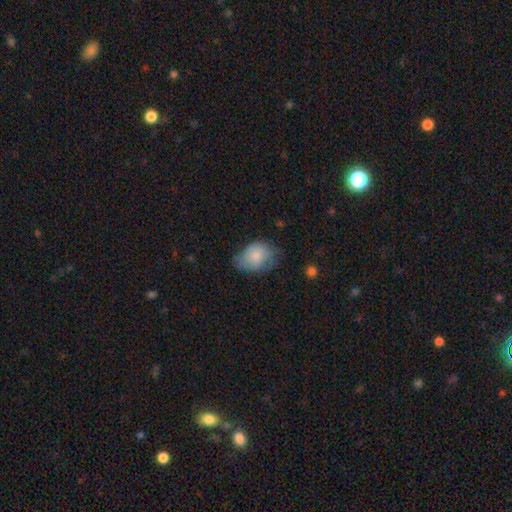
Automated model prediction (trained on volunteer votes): This appears to be a smooth galaxy with no disk features (64%) that is in between round and cigar-shaped (72%). Merging: none (51%).